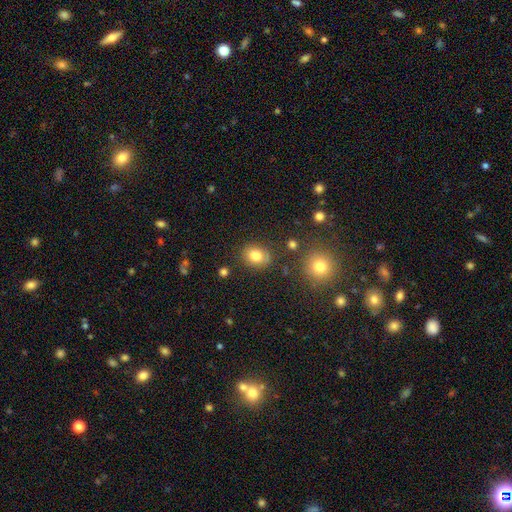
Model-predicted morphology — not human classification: smooth 80%, star or artifact 10%, featured or disk 9%. Down the decision tree: how rounded — in between (50%); merging — none (80%).